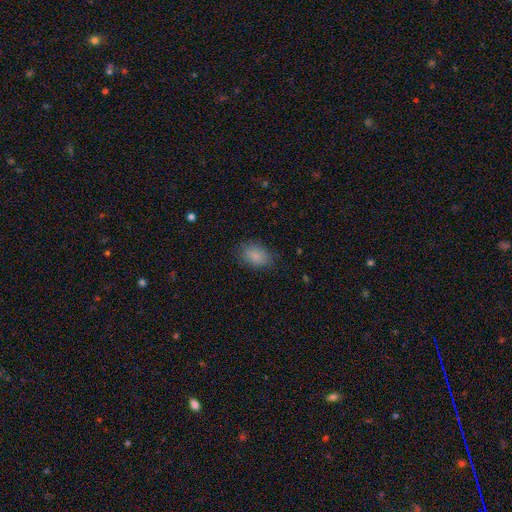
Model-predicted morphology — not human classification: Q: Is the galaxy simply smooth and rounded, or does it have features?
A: smooth — 87%.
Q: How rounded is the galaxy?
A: in between — 87%.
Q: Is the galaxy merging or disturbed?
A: none — 80%.